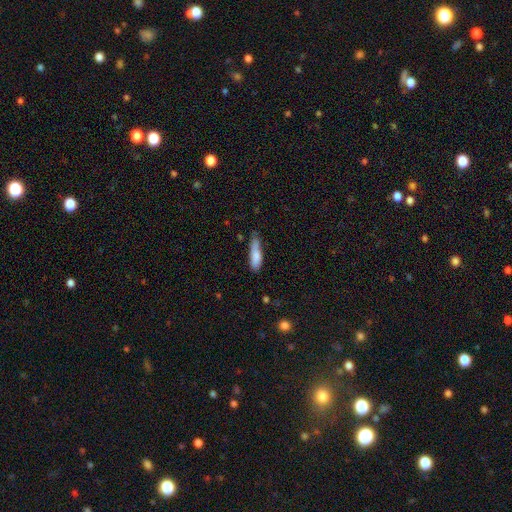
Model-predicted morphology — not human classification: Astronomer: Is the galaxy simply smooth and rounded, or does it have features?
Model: smooth — 81%.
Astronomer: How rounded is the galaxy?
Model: cigar-shaped — 62%.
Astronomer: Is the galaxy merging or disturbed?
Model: none — 51% (runner-up: minor disturbance, 36%).